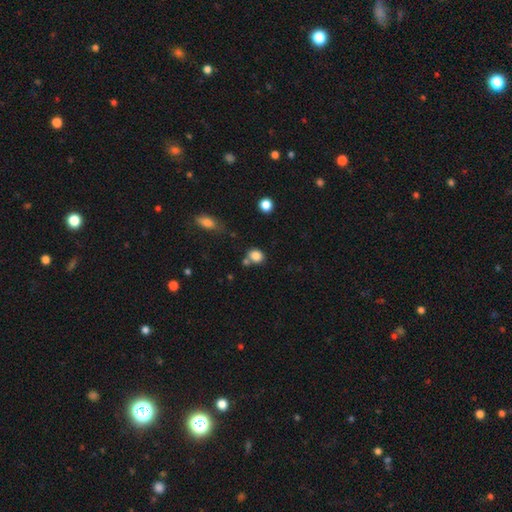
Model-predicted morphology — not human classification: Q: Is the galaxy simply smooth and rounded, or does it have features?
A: smooth — 83%.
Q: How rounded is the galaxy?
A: round — 62%.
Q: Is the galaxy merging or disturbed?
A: none — 58%.